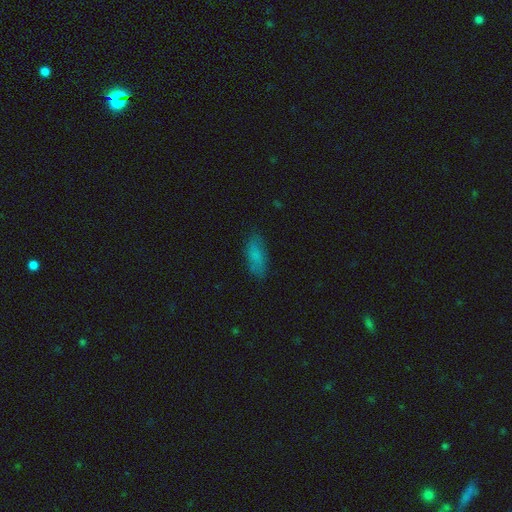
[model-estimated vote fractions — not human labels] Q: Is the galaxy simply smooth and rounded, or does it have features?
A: smooth — 77%.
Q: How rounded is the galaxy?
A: in between — 76%.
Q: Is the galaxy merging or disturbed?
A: none — 78%.